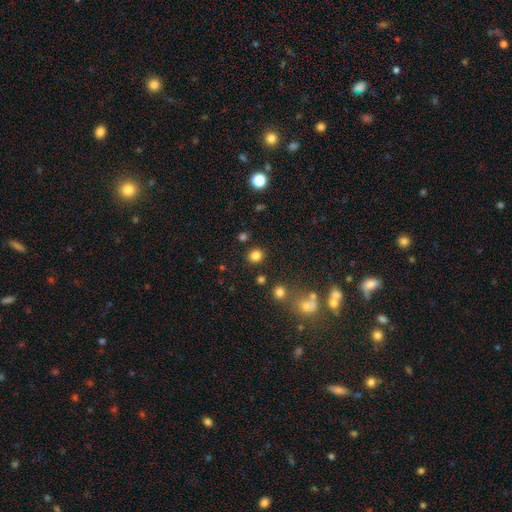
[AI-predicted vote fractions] smooth_or_featured: smooth (p=0.81) [alt: star or artifact p=0.14]
how_rounded: round (p=0.82) [alt: in between p=0.17]
merging: none (p=0.87) [alt: minor disturbance p=0.07]